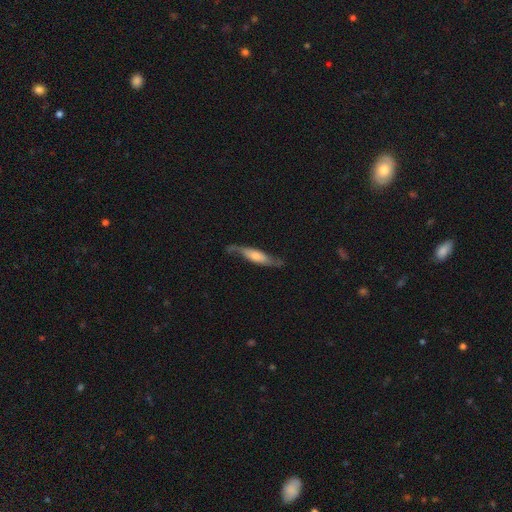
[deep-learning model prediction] This is likely a featured or disk galaxy (67%). It is possibly viewed edge-on (53%). Merging: likely none (70%).